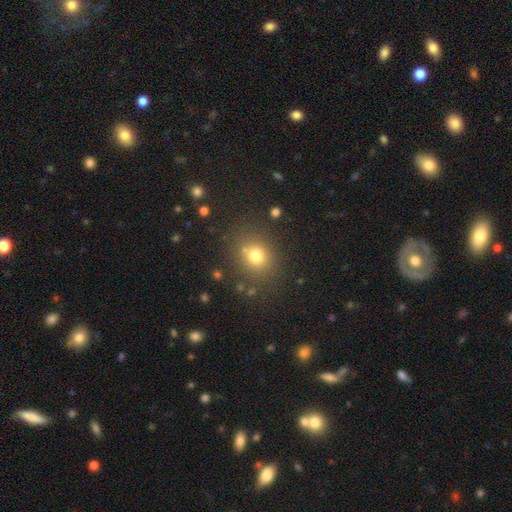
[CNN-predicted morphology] smooth 74%, star or artifact 17%, featured or disk 9%. Down the decision tree: how rounded — round (74%); merging — none (78%).